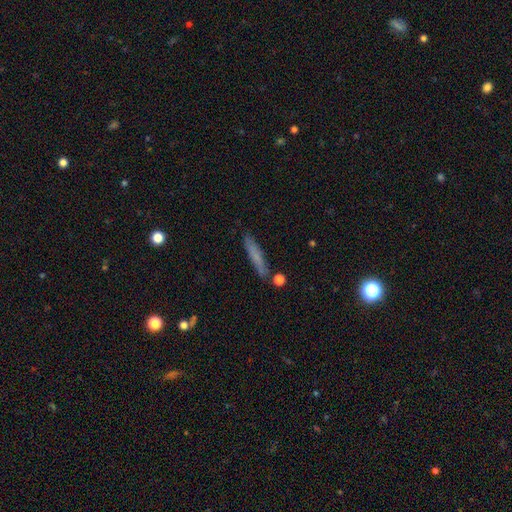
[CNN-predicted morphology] Smooth or featured?
  - smooth: 66% *
  - featured or disk: 26%
  - star or artifact: 8%
How rounded?
  - cigar-shaped: 92% *
  - in between: 6%
  - round: 2%
Merging?
  - none: 82% *
  - minor disturbance: 12%
  - merger: 4%
  - major disturbance: 3%